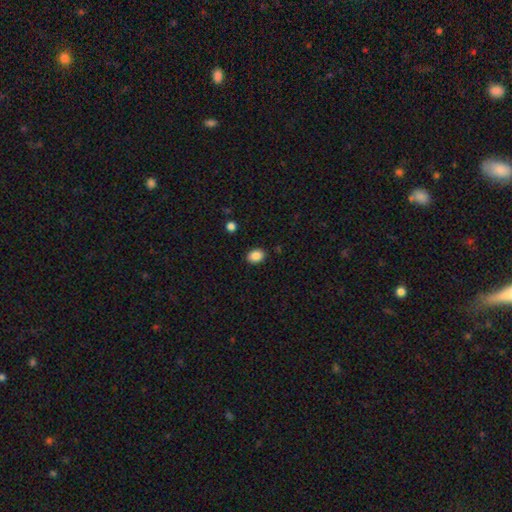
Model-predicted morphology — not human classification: smooth-or-featured: smooth: 88% | star or artifact: 9% | featured or disk: 4%
  how-rounded: in between: 67% | round: 32% | cigar-shaped: 1%
  merging: none: 88% | minor disturbance: 8% | major disturbance: 2% | merger: 1%